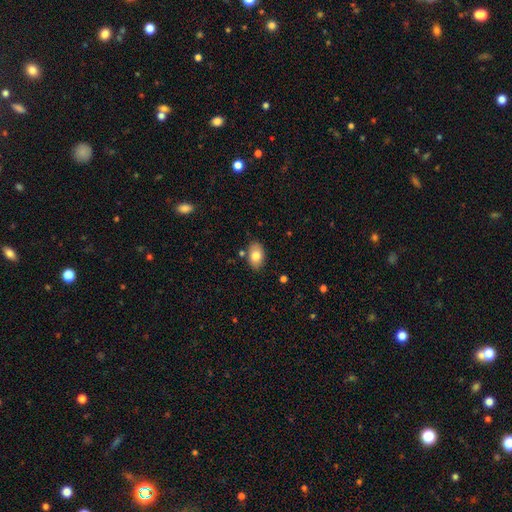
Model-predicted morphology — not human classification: type=smooth (79%); roundness=in between (87%); merging=none (82%).